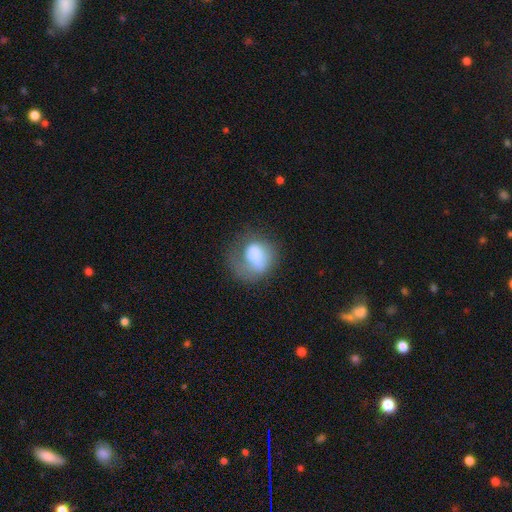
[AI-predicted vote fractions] This is likely a smooth galaxy (61%). How rounded: possibly round (59%). Merging: marginally major disturbance (42%).